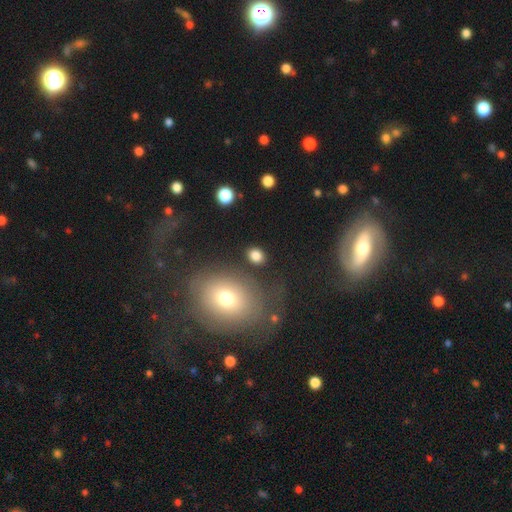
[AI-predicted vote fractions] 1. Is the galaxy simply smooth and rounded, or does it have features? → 82% smooth, 11% star or artifact, 7% featured or disk.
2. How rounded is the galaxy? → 60% in between, 38% round, 2% cigar-shaped.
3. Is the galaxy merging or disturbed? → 84% none, 8% minor disturbance, 4% merger, 4% major disturbance.